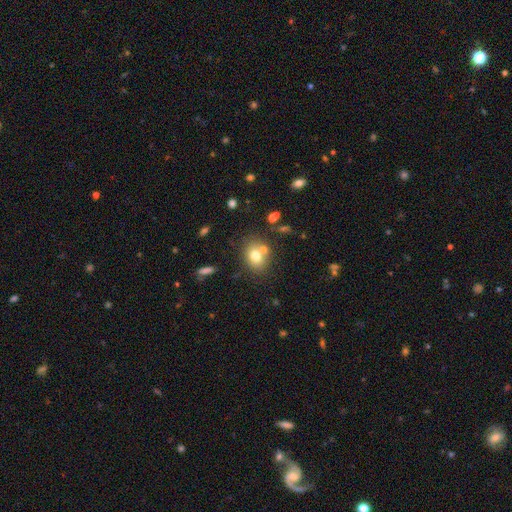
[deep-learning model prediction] smooth 73%, featured or disk 16%, star or artifact 11%. Down the decision tree: how rounded — round (52%); merging — none (62%).